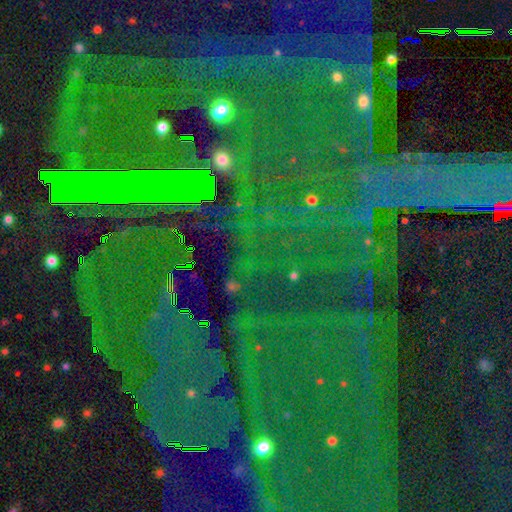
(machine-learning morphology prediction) This is clearly a star or artifact rather than a galaxy (85%).